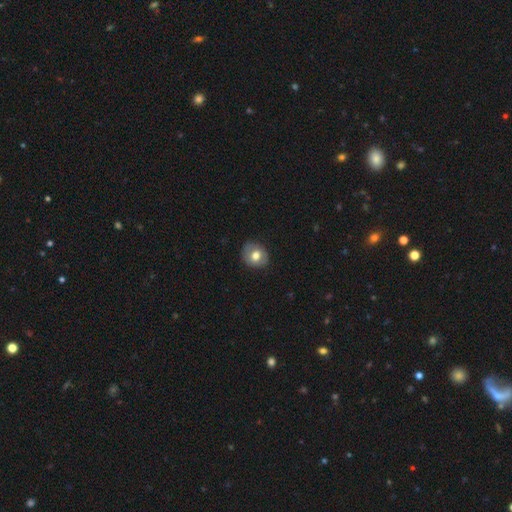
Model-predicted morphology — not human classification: A smooth galaxy with no disk features (68%) that is round (72%).

Vote fractions:
- Smooth or featured? smooth: 68% / featured or disk: 25% / star or artifact: 8%
- How rounded? round: 72% / in between: 27% / cigar-shaped: 1%
- Merging? none: 82% / minor disturbance: 14% / major disturbance: 3% / merger: 1%